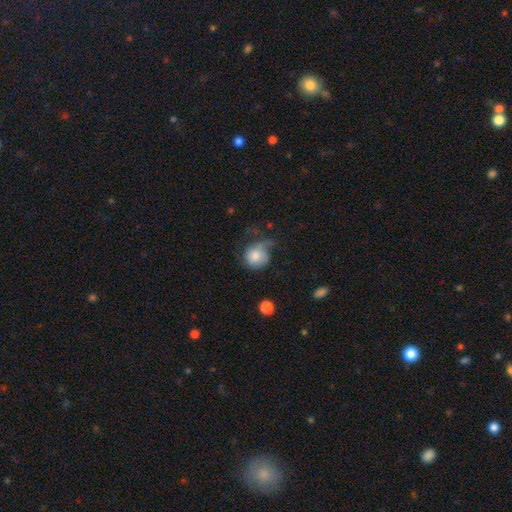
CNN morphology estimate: Q: Smooth or featured?
A: smooth (69%); runner-up: featured or disk (23%)
Q: How rounded?
A: round (77%); runner-up: in between (22%)
Q: Merging?
A: major disturbance (37%); runner-up: none (32%)